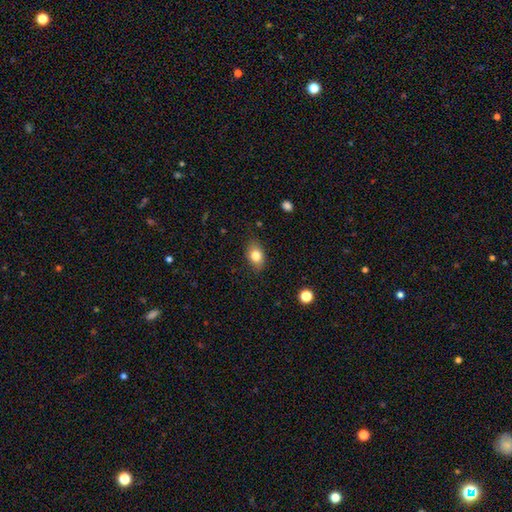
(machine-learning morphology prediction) Overall: smooth (81%). How rounded: in between (78%). Merging: none (82%).